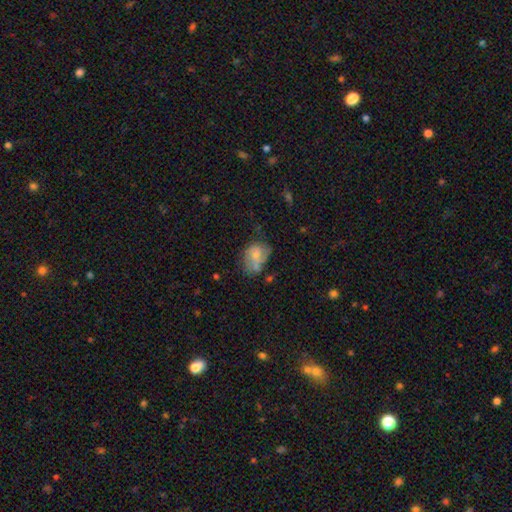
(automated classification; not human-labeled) Smooth or featured? Predicted: smooth (p=0.56). How rounded? Predicted: in between (p=0.71). Merging? Predicted: none (p=0.35).